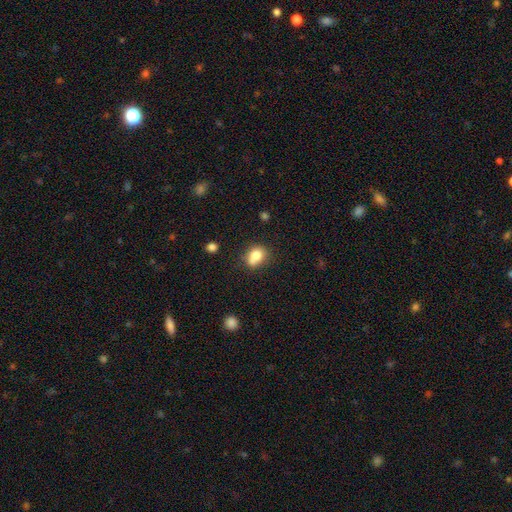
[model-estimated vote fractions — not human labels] smooth 78%, featured or disk 11%, star or artifact 10%. Down the decision tree: how rounded — in between (50%); merging — none (51%).